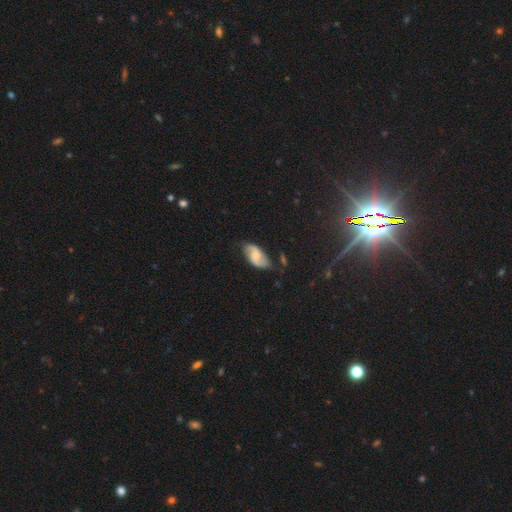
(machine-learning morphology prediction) smooth-or-featured: featured or disk: 62% | smooth: 31% | star or artifact: 7%
  disk-edge-on: no: 96% | yes: 4%
    bar: no: 48% | weak: 43% | strong: 9%
    has-spiral-arms: yes: 92% | no: 8%
      spiral-winding: loose: 43% | medium: 40% | tight: 17%
      spiral-arm-count: 2: 89% | can't tell: 7% | 1: 2% | 3: 1% | 4: 1% | more than 4: 1%
    bulge-size: moderate: 43% | small: 38% | none: 12% | large: 5% | dominant: 1%
  merging: none: 70% | minor disturbance: 21% | major disturbance: 5% | merger: 3%